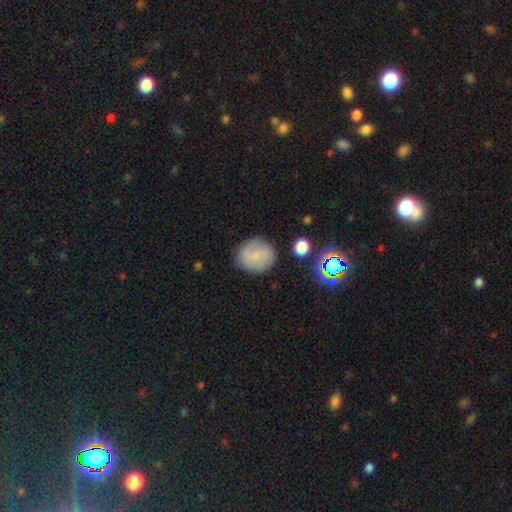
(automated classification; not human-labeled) Morphology: type=smooth (59%); roundness=round (82%); merging=none (79%).